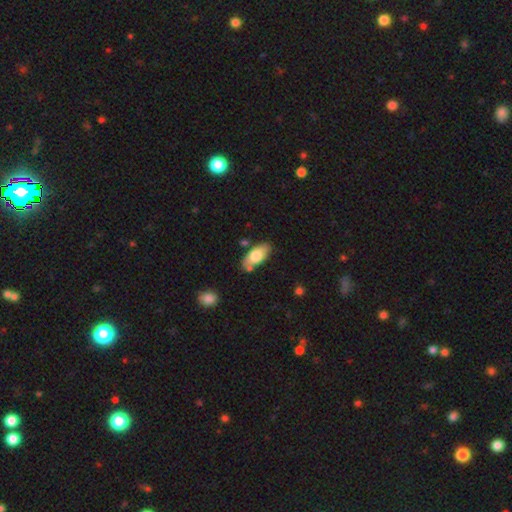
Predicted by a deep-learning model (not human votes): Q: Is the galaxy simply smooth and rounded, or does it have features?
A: smooth — 77%.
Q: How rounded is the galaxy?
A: in between — 89%.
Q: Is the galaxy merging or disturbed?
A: none — 72%.